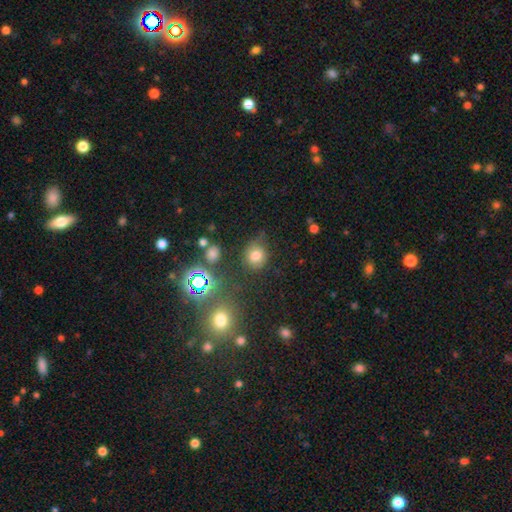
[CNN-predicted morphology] smooth_or_featured: smooth (p=0.73) [alt: star or artifact p=0.18]
how_rounded: round (p=0.81) [alt: in between p=0.18]
merging: none (p=0.72) [alt: minor disturbance p=0.18]